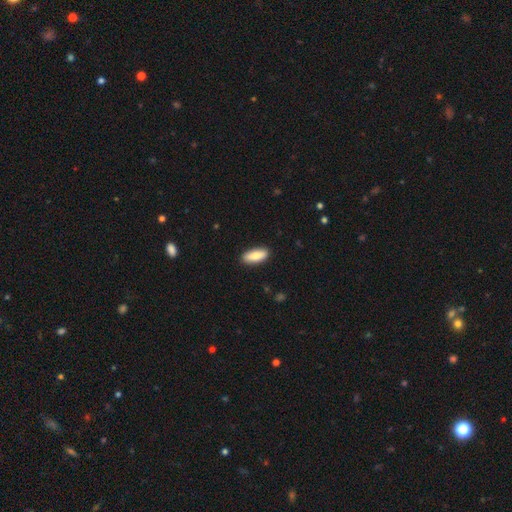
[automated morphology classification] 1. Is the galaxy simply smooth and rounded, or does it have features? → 82% smooth, 12% featured or disk, 6% star or artifact.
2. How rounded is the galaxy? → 78% in between, 20% cigar-shaped, 2% round.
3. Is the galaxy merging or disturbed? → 89% none, 8% minor disturbance, 2% major disturbance, 1% merger.